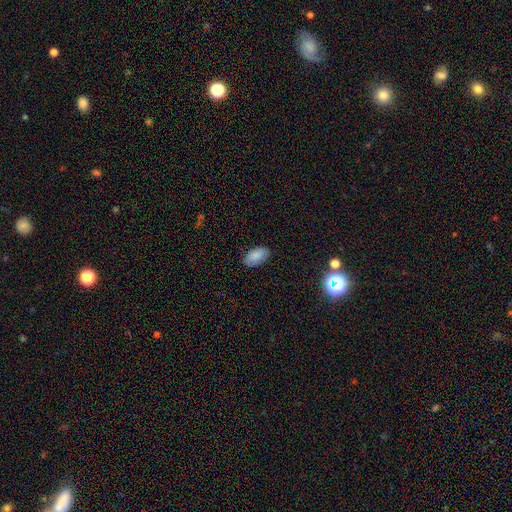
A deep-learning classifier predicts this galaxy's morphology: A smooth galaxy with no disk features (86%) that is in between round and cigar-shaped (95%).

Vote fractions:
- Smooth or featured? smooth: 86% / star or artifact: 8% / featured or disk: 6%
- How rounded? in between: 95% / round: 3% / cigar-shaped: 2%
- Merging? none: 86% / minor disturbance: 11% / major disturbance: 2% / merger: 1%